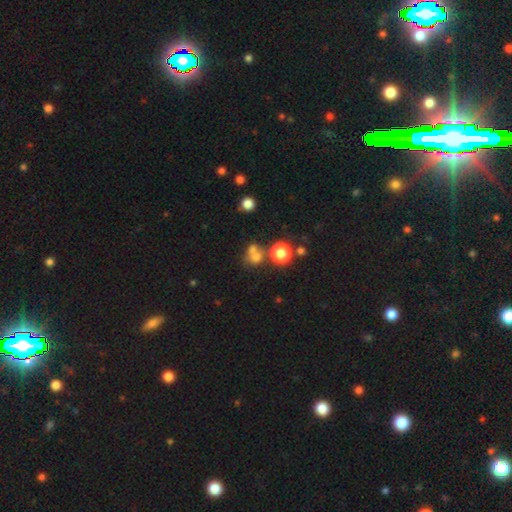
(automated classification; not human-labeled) Smooth or featured? smooth (65%)
How rounded? round (80%)
Merging? none (47%)